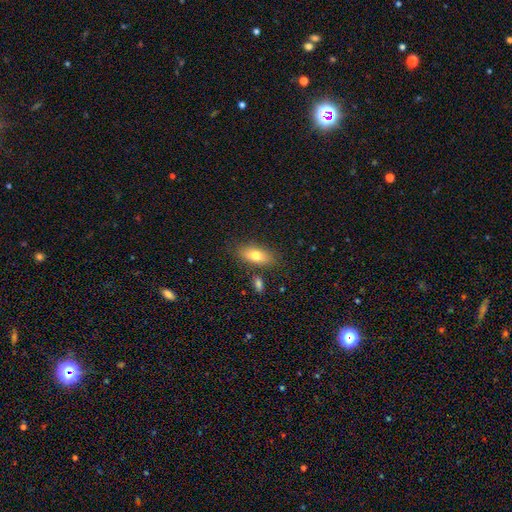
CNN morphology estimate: A smooth galaxy with no disk features (74%) that is in between round and cigar-shaped (82%).

Vote fractions:
- Smooth or featured? smooth: 74% / featured or disk: 19% / star or artifact: 8%
- How rounded? in between: 82% / cigar-shaped: 14% / round: 4%
- Merging? none: 79% / minor disturbance: 12% / merger: 6% / major disturbance: 3%